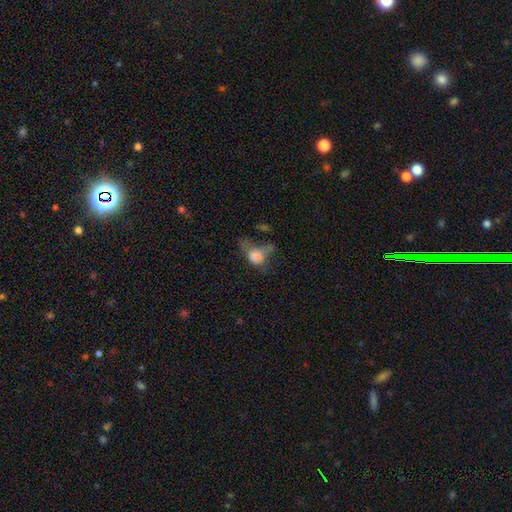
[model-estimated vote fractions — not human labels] Smooth or featured: smooth — 64% (featured or disk — 23%)
How rounded: in between — 67% (round — 30%)
Merging: major disturbance — 47% (none — 19%)